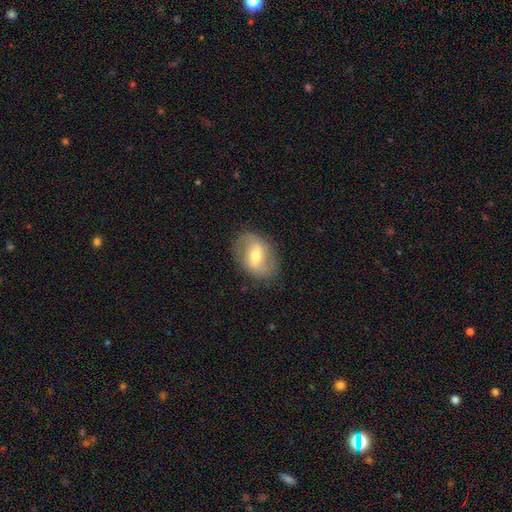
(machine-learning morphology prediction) Overall: featured or disk (65%; smooth 28%). Edge-on disk: no (95%). Bar: weak (48%; strong 35%). Spiral arms: yes (75%). Bulge size: moderate (63%; small 28%). Merging: none (79%).